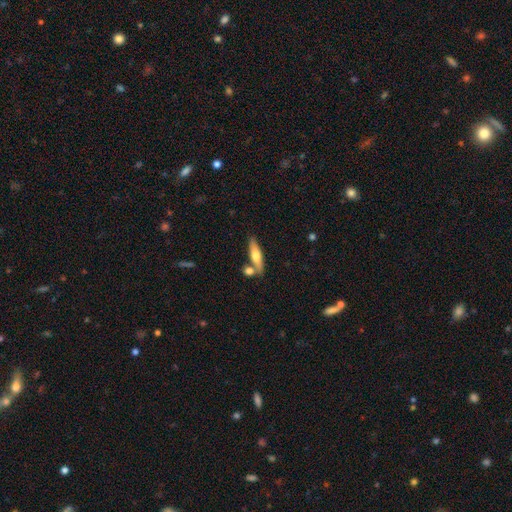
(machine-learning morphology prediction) smooth 51%, featured or disk 43%, star or artifact 6%. Down the decision tree: how rounded — cigar-shaped (69%); merging — none (69%).